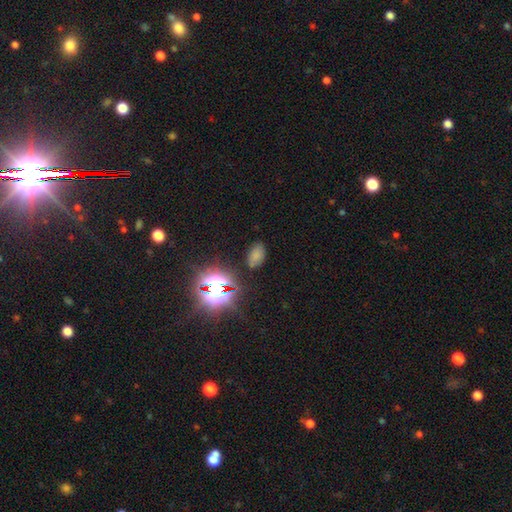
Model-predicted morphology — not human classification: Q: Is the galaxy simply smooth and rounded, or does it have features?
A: smooth — 64%.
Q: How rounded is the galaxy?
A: in between — 89%.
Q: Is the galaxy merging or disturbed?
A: none — 77%.